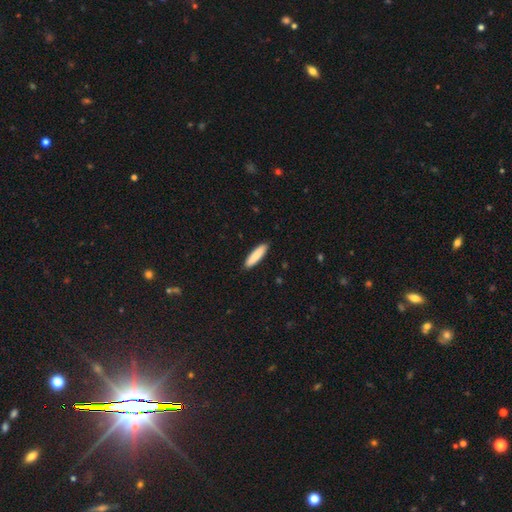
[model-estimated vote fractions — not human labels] smooth 87%, featured or disk 8%, star or artifact 5%. Down the decision tree: how rounded — cigar-shaped (77%); merging — none (90%).